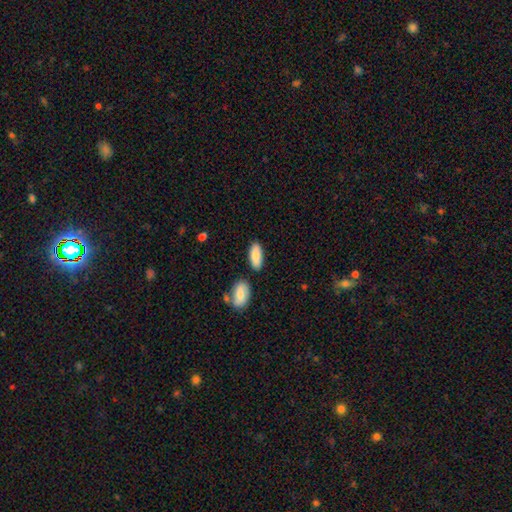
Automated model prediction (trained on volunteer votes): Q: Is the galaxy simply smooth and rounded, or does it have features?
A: smooth — 85%.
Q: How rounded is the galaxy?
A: in between — 84%.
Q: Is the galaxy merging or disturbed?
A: none — 80%.